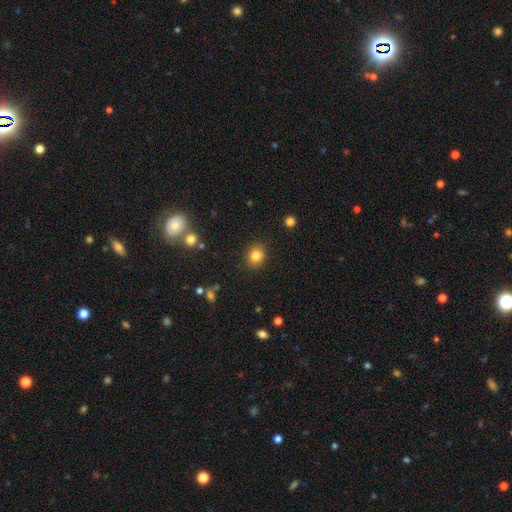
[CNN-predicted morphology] Overall: smooth (82%). How rounded: round (77%). Merging: none (89%).